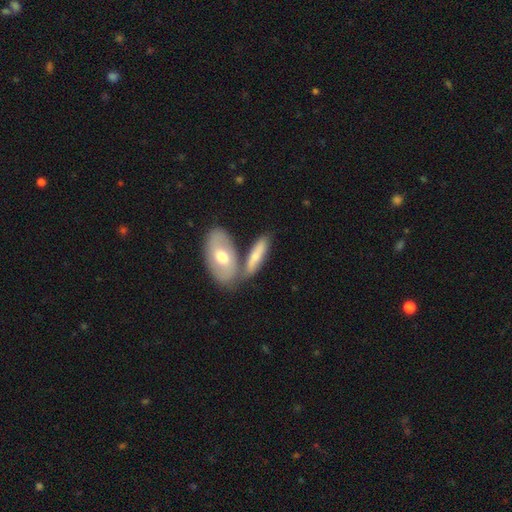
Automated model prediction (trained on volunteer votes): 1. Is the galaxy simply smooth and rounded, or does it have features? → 62% smooth, 33% featured or disk, 5% star or artifact.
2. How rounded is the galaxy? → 55% in between, 41% cigar-shaped, 4% round.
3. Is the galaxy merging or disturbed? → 51% none, 32% merger, 13% minor disturbance, 4% major disturbance.